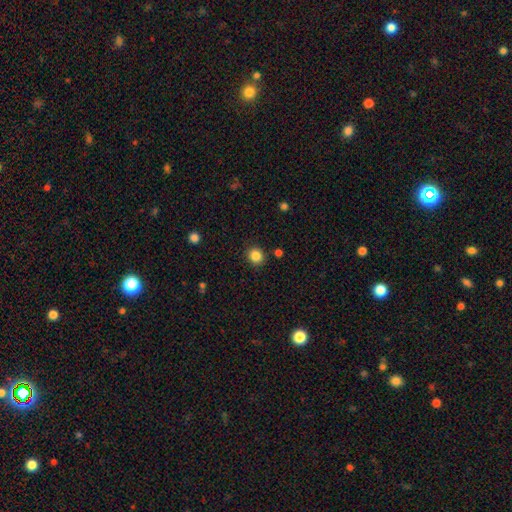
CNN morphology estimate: smooth 85%, star or artifact 11%, featured or disk 4%. Down the decision tree: how rounded — round (85%); merging — none (89%).